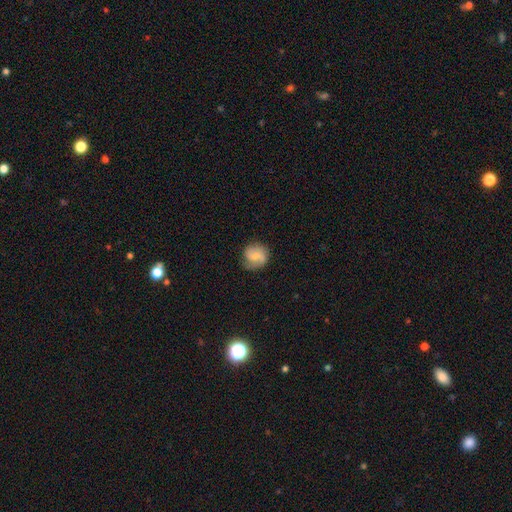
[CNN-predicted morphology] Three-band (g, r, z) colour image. It shows a featured or disk galaxy (48%). Merging: none (76%).